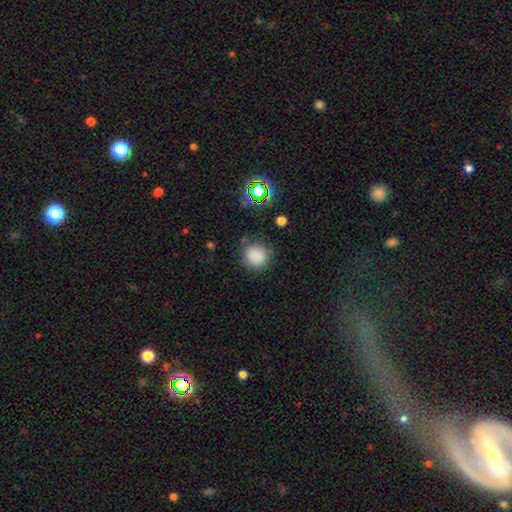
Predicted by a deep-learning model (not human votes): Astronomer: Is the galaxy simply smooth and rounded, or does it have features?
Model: smooth — 82%.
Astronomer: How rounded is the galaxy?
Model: round — 88%.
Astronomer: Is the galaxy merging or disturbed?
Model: none — 79%.